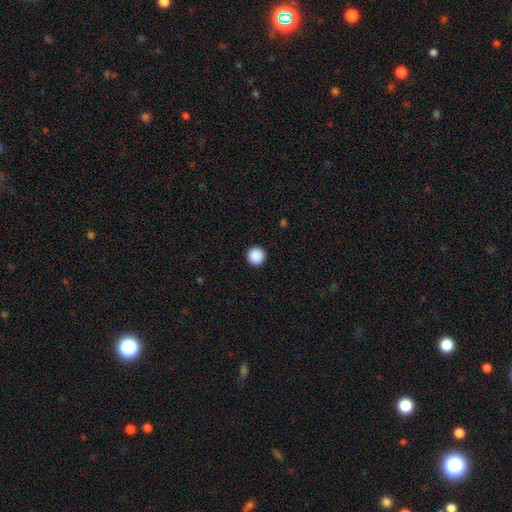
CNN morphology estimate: The model was most divided on "smooth or featured": smooth: 89%, star or artifact: 9%, featured or disk: 2%. More confident: how rounded — round (97%); merging — none (94%).